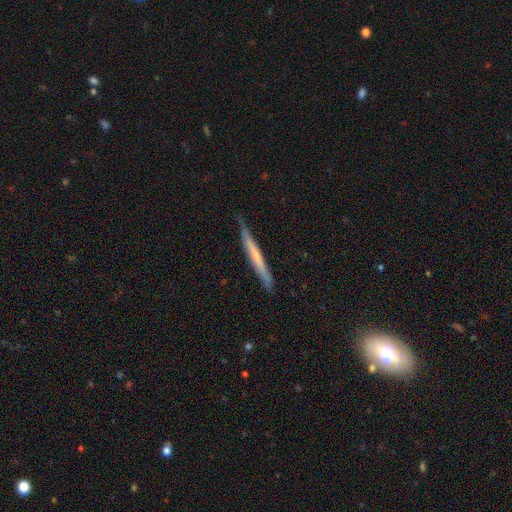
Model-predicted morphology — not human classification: Smooth or featured? Predicted: featured or disk (p=0.49). Merging? Predicted: none (p=0.84).